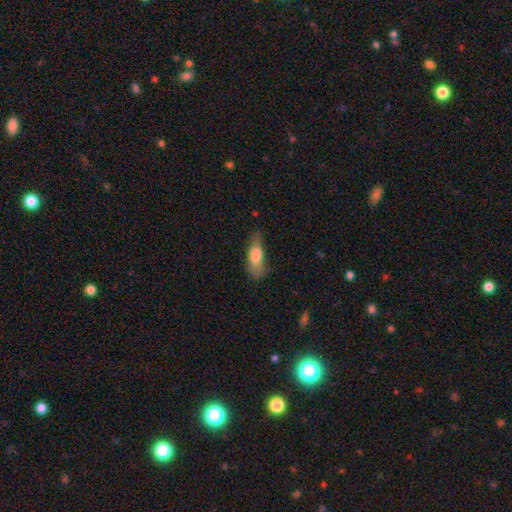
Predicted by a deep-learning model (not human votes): Q: Smooth or featured?
A: smooth (74%); runner-up: featured or disk (19%)
Q: How rounded?
A: in between (72%); runner-up: cigar-shaped (24%)
Q: Merging?
A: none (43%); runner-up: minor disturbance (35%)